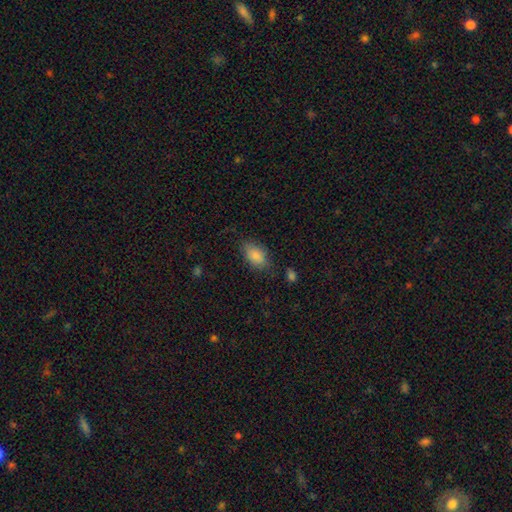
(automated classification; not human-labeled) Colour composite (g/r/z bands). It shows a smooth galaxy with no disk features (85%) that is in between round and cigar-shaped (91%). Merging: none (75%).